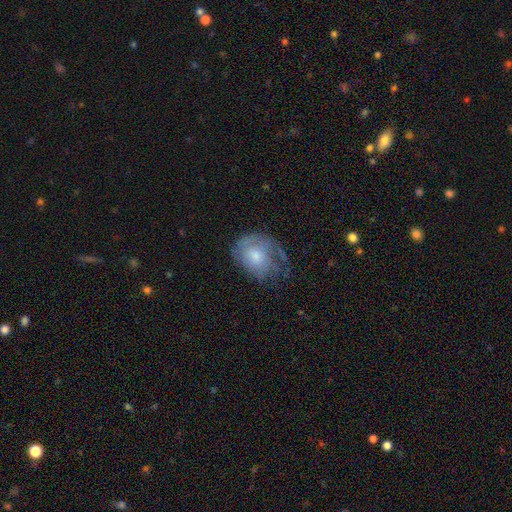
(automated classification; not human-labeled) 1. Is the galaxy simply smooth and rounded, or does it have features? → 49% smooth, 43% featured or disk, 8% star or artifact.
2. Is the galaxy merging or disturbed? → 40% none, 31% minor disturbance, 28% major disturbance, 2% merger.